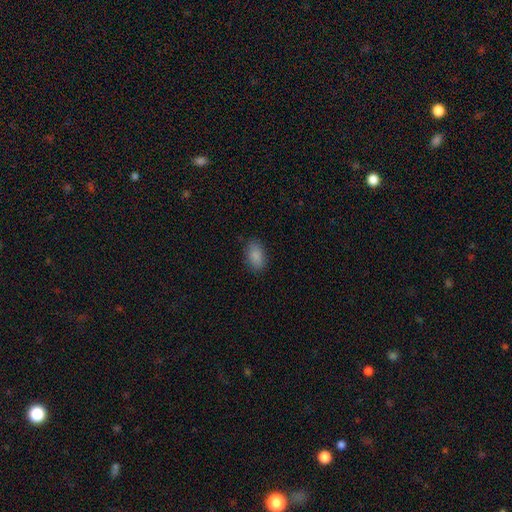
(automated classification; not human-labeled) Morphology: type=smooth (88%); roundness=in between (92%); merging=none (85%).